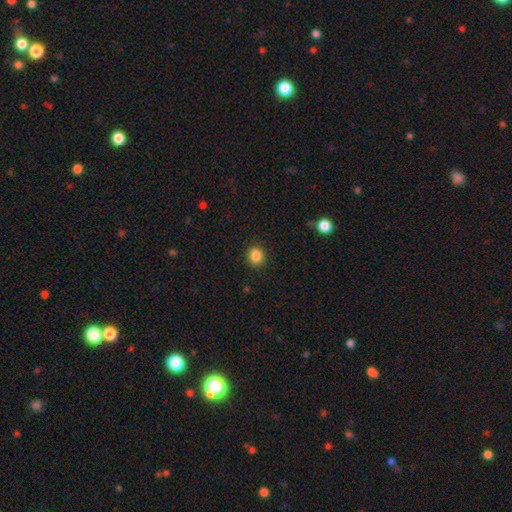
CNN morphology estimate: This is clearly a smooth galaxy (86%). How rounded: likely round (78%). Merging: clearly none (90%).